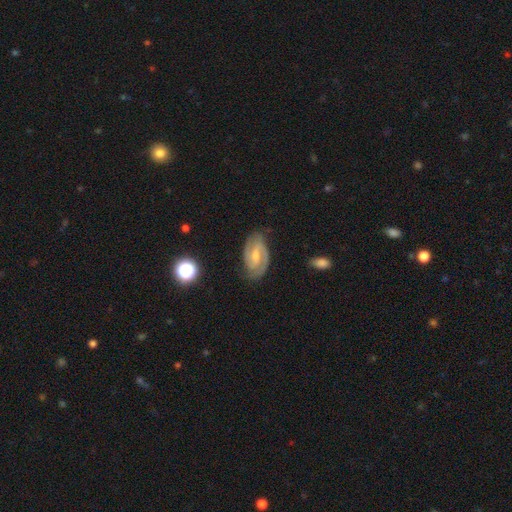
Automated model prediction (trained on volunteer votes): smooth-or-featured: featured or disk: 87% | smooth: 8% | star or artifact: 5%
  disk-edge-on: no: 97% | yes: 3%
    bar: weak: 53% | strong: 24% | no: 22%
    has-spiral-arms: yes: 97% | no: 3%
      spiral-winding: tight: 48% | medium: 44% | loose: 8%
      spiral-arm-count: 2: 90% | can't tell: 4% | 3: 2% | 1: 1% | 4: 1% | more than 4: 1%
    bulge-size: small: 49% | moderate: 40% | none: 8% | large: 2% | dominant: 1%
  merging: none: 81% | minor disturbance: 15% | major disturbance: 3% | merger: 1%